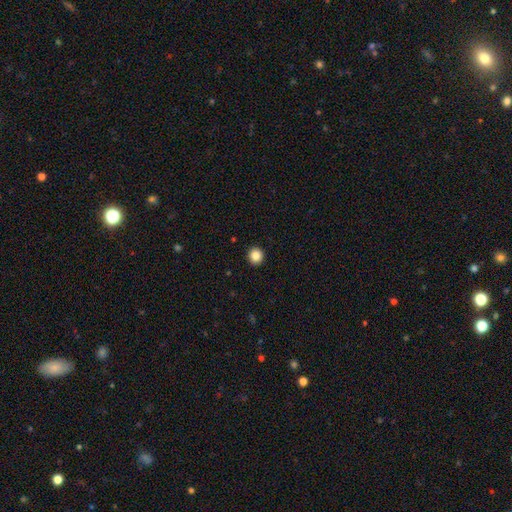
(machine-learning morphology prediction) Overall: smooth (86%). How rounded: round (93%). Merging: none (94%).